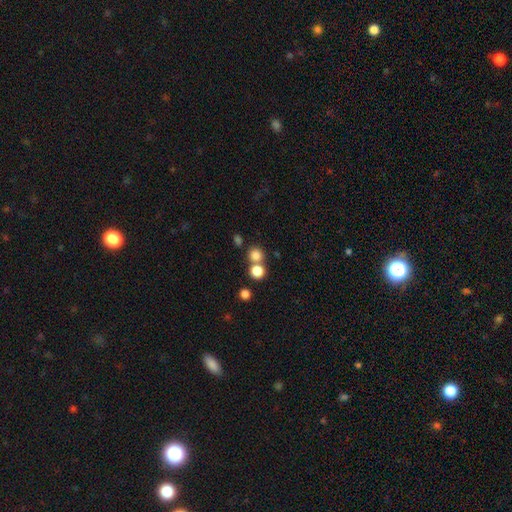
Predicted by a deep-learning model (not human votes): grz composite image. It shows a smooth galaxy with no disk features (80%) that is round (89%). Merging: none (60%).